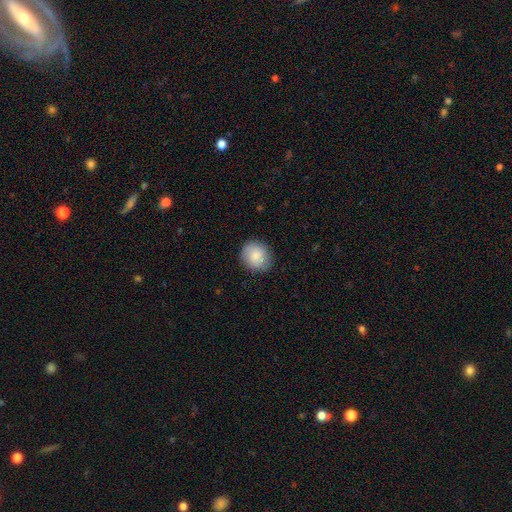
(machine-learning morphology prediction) Smooth or featured: smooth — 83% (featured or disk — 10%)
How rounded: round — 80% (in between — 19%)
Merging: none — 85% (minor disturbance — 11%)